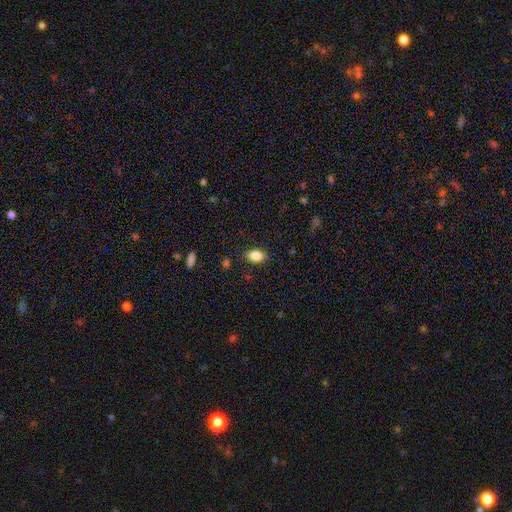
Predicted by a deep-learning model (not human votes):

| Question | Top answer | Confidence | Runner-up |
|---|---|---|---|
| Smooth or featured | smooth | 85% | star or artifact (9%) |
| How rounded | in between | 87% | round (11%) |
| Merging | none | 85% | minor disturbance (11%) |